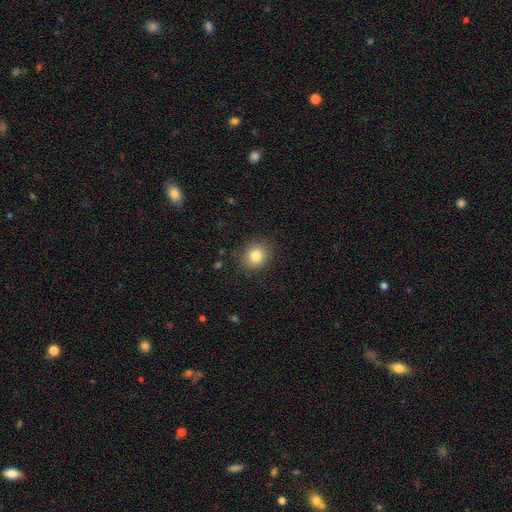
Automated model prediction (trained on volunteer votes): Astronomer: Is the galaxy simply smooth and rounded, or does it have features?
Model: smooth — 83%.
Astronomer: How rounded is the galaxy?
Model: round — 73%.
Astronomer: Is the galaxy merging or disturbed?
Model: none — 87%.